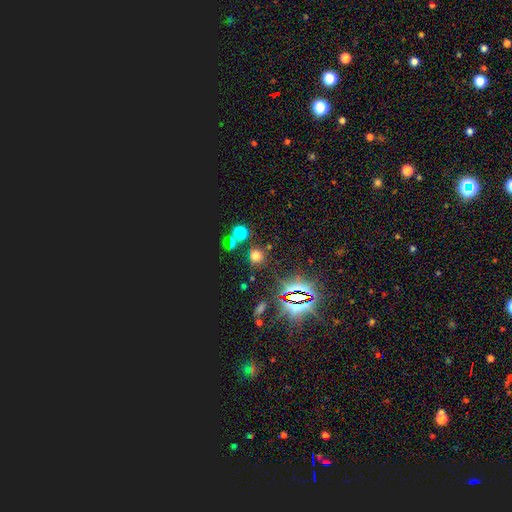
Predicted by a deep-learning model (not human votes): This is possibly a smooth galaxy (57%). How rounded: clearly round (90%). Merging: likely none (80%).